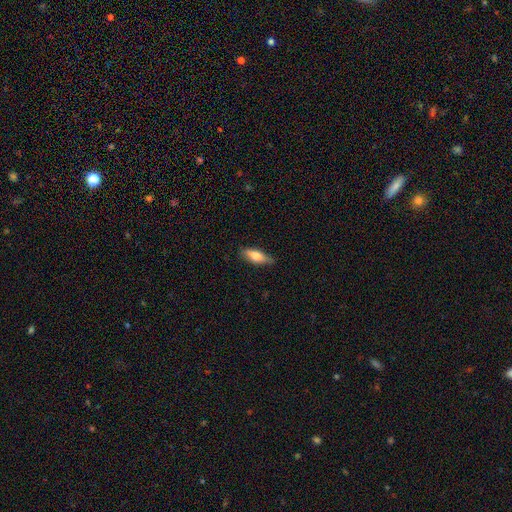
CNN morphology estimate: Q: Smooth or featured?
A: smooth (70%); runner-up: featured or disk (23%)
Q: How rounded?
A: in between (60%); runner-up: cigar-shaped (37%)
Q: Merging?
A: none (80%); runner-up: minor disturbance (16%)